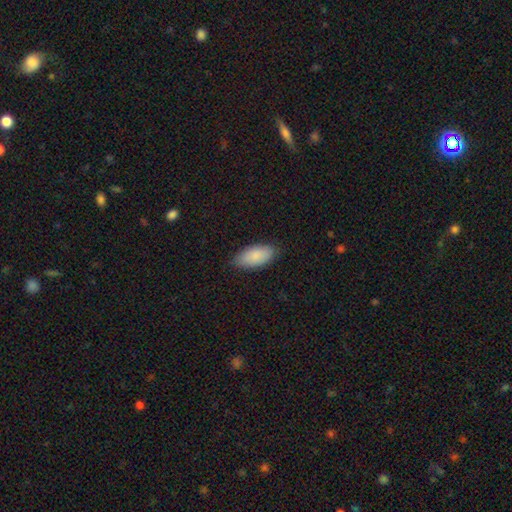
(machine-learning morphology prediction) Smooth or featured? smooth (87%)
How rounded? in between (92%)
Merging? none (85%)